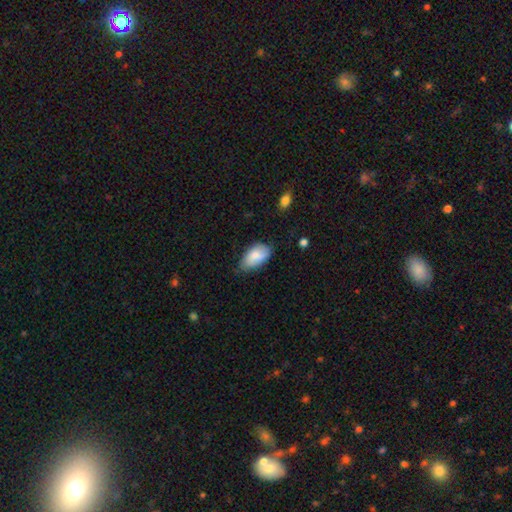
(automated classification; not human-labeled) The model was most divided on "merging": none: 60%, minor disturbance: 33%, major disturbance: 5%, merger: 2%. More confident: how rounded — in between (94%); smooth or featured — smooth (78%).